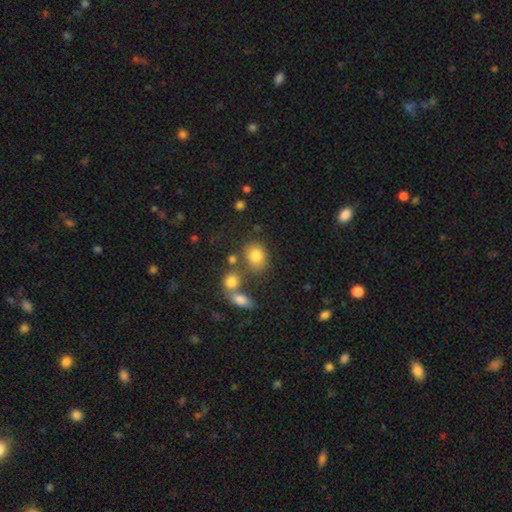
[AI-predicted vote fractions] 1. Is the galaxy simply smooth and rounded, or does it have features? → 79% smooth, 11% star or artifact, 10% featured or disk.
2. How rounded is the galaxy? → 56% round, 43% in between, 1% cigar-shaped.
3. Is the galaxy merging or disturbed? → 61% none, 18% merger, 14% minor disturbance, 6% major disturbance.